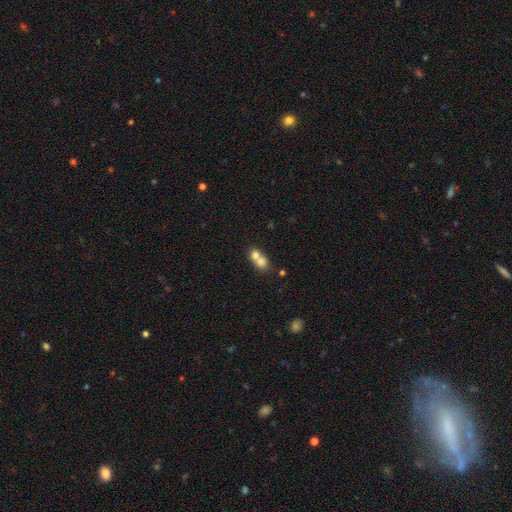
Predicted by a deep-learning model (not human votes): The model was most divided on "how rounded": round: 67%, in between: 32%, cigar-shaped: 2%. More confident: smooth or featured — smooth (71%); merging — merger (69%).